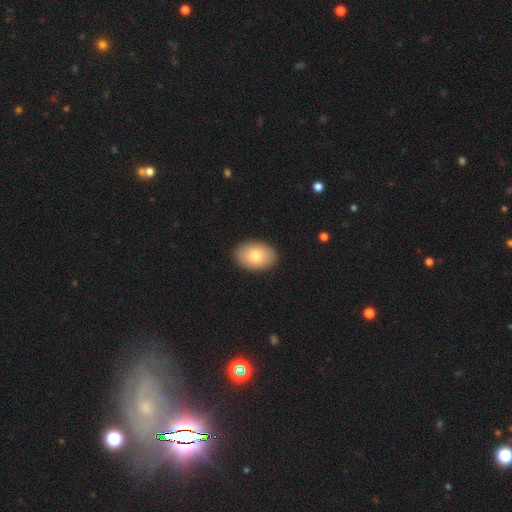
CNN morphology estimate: This appears to be a smooth galaxy with no disk features (82%) that is in between round and cigar-shaped (85%). Merging: none (90%).